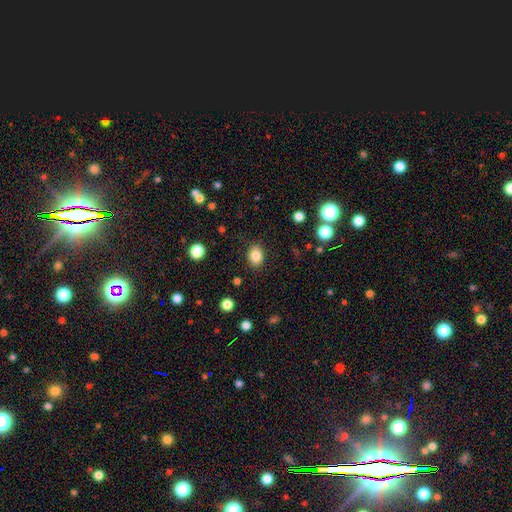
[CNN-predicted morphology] smooth_or_featured: smooth (p=0.84) [alt: star or artifact p=0.10]
how_rounded: in between (p=0.63) [alt: round p=0.36]
merging: none (p=0.86) [alt: minor disturbance p=0.10]